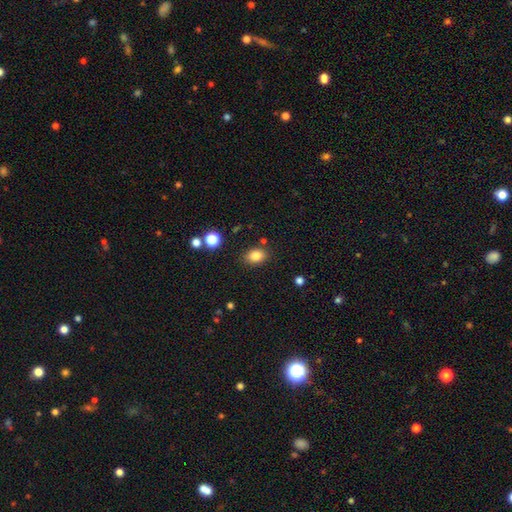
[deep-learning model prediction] smooth-or-featured: smooth: 83% | star or artifact: 11% | featured or disk: 6%
  how-rounded: in between: 72% | round: 27% | cigar-shaped: 1%
  merging: none: 83% | minor disturbance: 11% | merger: 3% | major disturbance: 3%